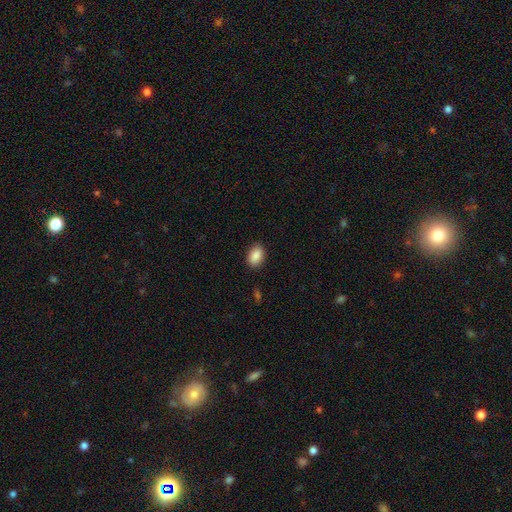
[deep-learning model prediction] smooth 89%, star or artifact 7%, featured or disk 4%. Down the decision tree: how rounded — in between (85%); merging — none (88%).